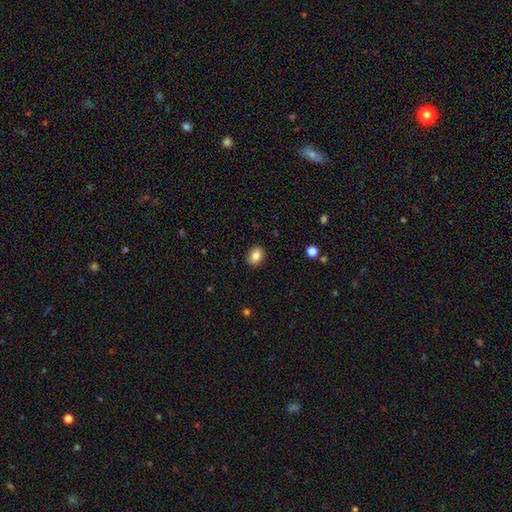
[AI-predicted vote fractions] Smooth or featured: smooth — 86% (star or artifact — 9%)
How rounded: in between — 71% (round — 28%)
Merging: none — 89% (minor disturbance — 8%)